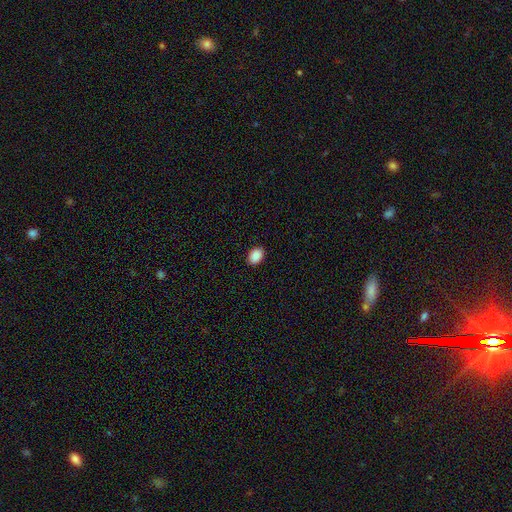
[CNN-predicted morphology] Q: Smooth or featured?
A: smooth (90%); runner-up: star or artifact (8%)
Q: How rounded?
A: in between (77%); runner-up: round (22%)
Q: Merging?
A: none (90%); runner-up: minor disturbance (8%)